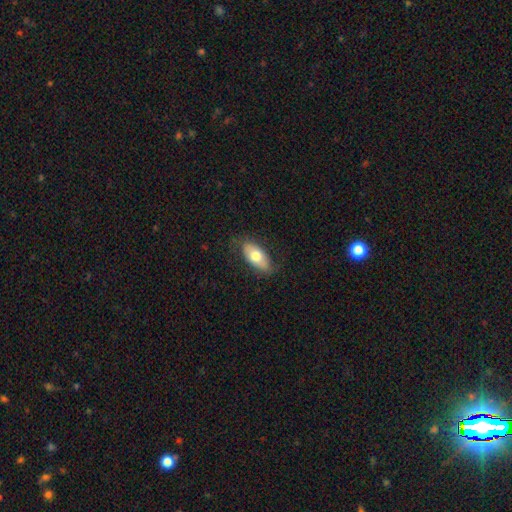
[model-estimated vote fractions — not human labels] Morphology: type=smooth (68%); roundness=in between (90%); merging=none (78%).